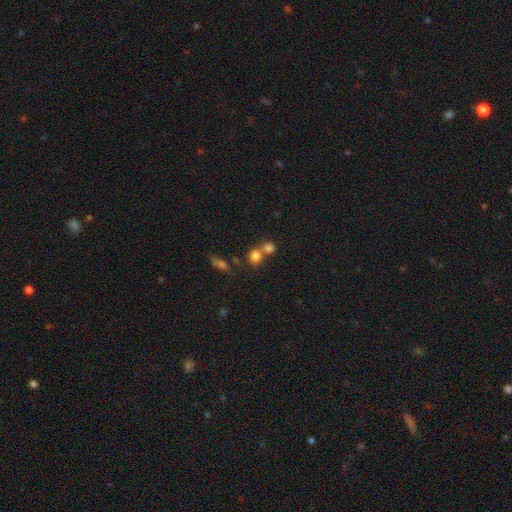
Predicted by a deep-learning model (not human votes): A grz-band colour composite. It shows a smooth galaxy with no disk features (79%) that is round (76%). Merging: merger (48%).